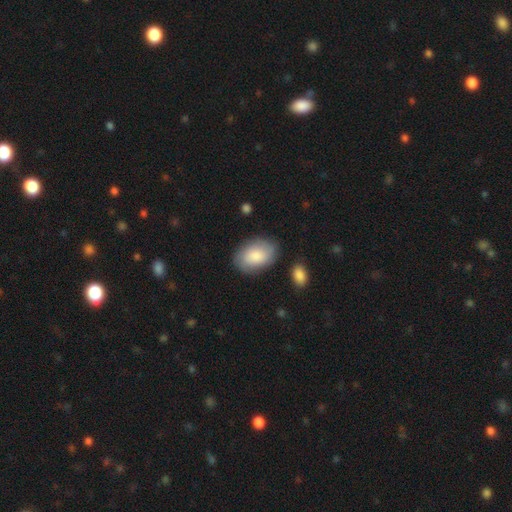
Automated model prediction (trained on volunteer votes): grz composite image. It shows a smooth galaxy with no disk features (81%) that is in between round and cigar-shaped (89%). Merging: none (80%).